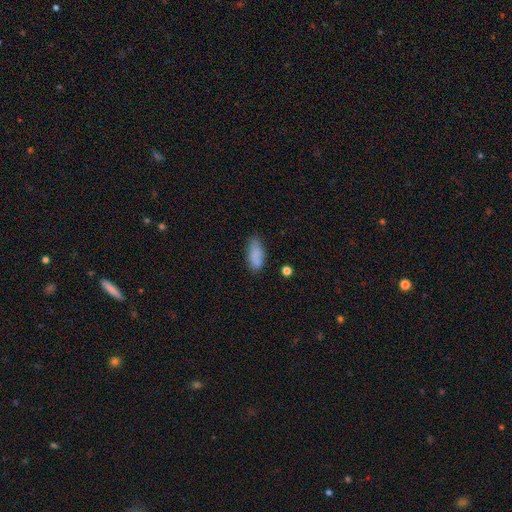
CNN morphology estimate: smooth-or-featured: smooth: 83% | star or artifact: 9% | featured or disk: 8%
  how-rounded: in between: 83% | cigar-shaped: 15% | round: 3%
  merging: none: 68% | minor disturbance: 23% | major disturbance: 6% | merger: 4%